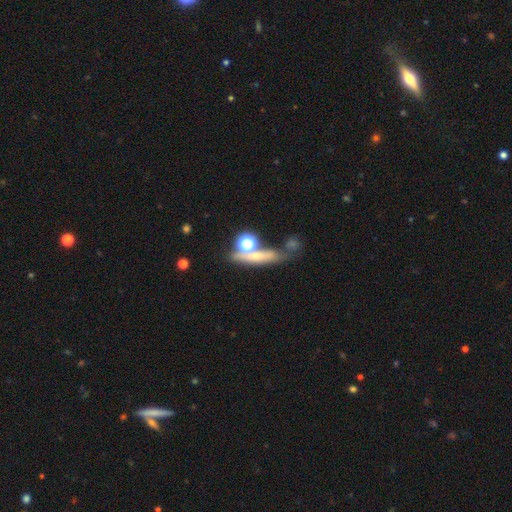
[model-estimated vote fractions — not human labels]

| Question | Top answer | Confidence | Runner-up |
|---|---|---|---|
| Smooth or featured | smooth | 51% | featured or disk (29%) |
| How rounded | cigar-shaped | 54% | round (23%) |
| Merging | none | 56% | merger (20%) |